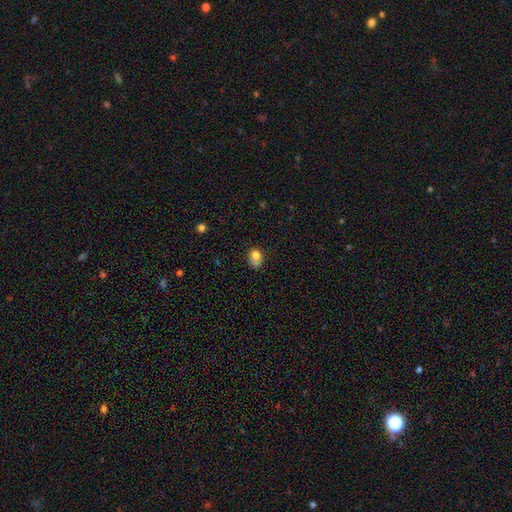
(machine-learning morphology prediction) This is likely a smooth galaxy (79%). How rounded: possibly in between (57%). Merging: possibly none (49%).